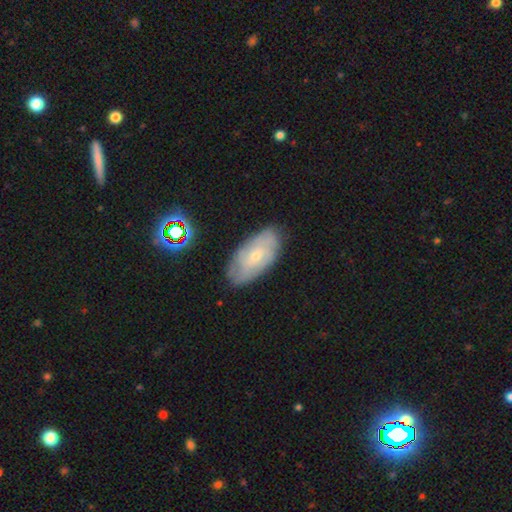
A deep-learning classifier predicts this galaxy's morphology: type=featured or disk (53%); edge-on=no (91%); merging=none (77%).